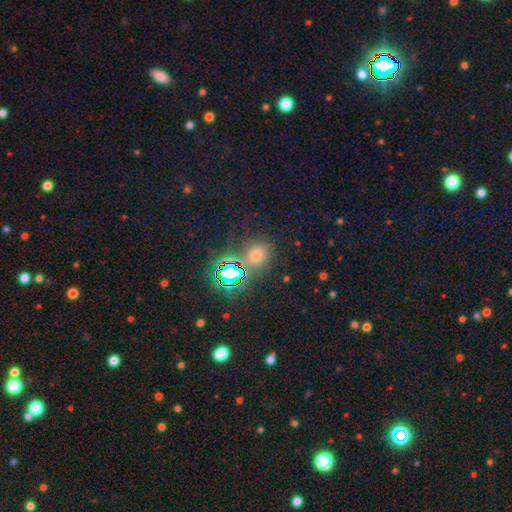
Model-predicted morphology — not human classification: A smooth galaxy with no disk features (48%). Merging: none (74%).